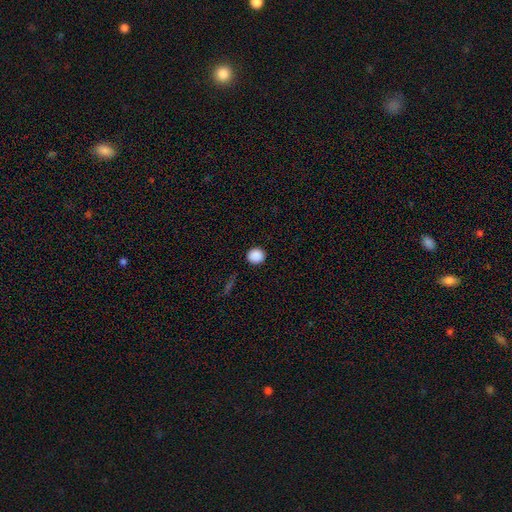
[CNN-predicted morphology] This is clearly a smooth galaxy (88%). How rounded: clearly round (90%). Merging: clearly none (92%).